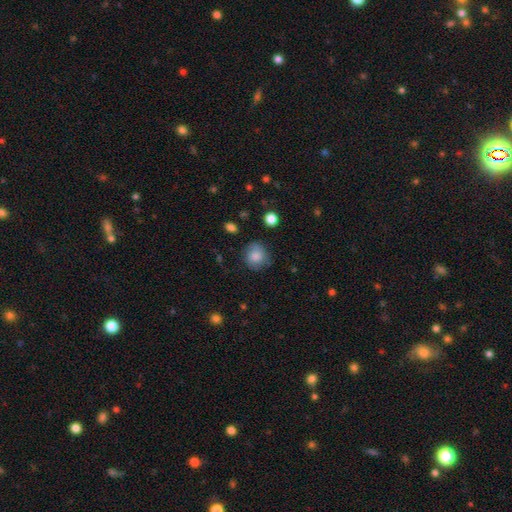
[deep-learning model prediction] smooth-or-featured: smooth: 81% | featured or disk: 10% | star or artifact: 9%
  how-rounded: round: 82% | in between: 18% | cigar-shaped: 1%
  merging: none: 72% | minor disturbance: 20% | major disturbance: 6% | merger: 2%